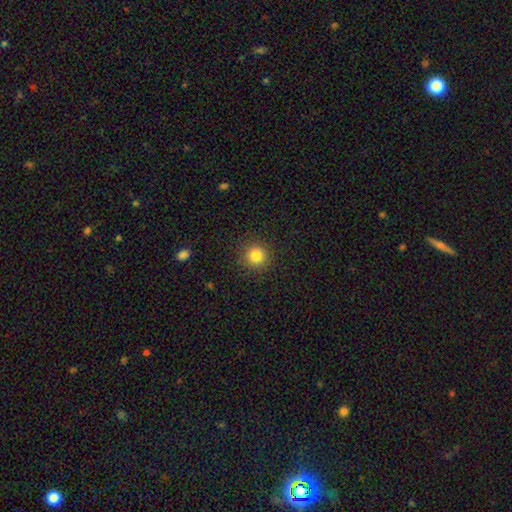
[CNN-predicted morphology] smooth_or_featured: smooth (p=0.83) [alt: star or artifact p=0.12]
how_rounded: round (p=0.94) [alt: in between p=0.05]
merging: none (p=0.90) [alt: minor disturbance p=0.07]